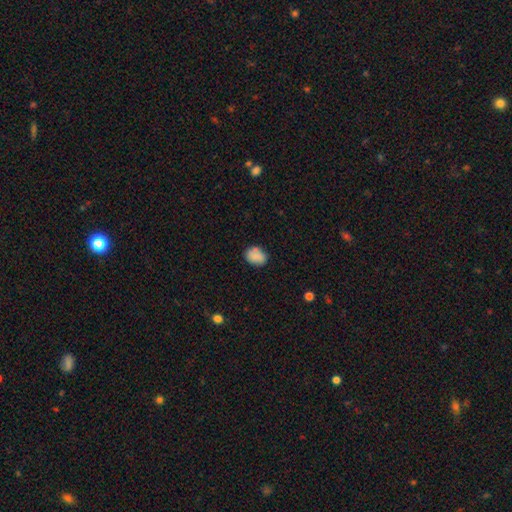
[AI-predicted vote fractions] Smooth or featured? Predicted: smooth (p=0.83). How rounded? Predicted: in between (p=0.59). Merging? Predicted: none (p=0.72).